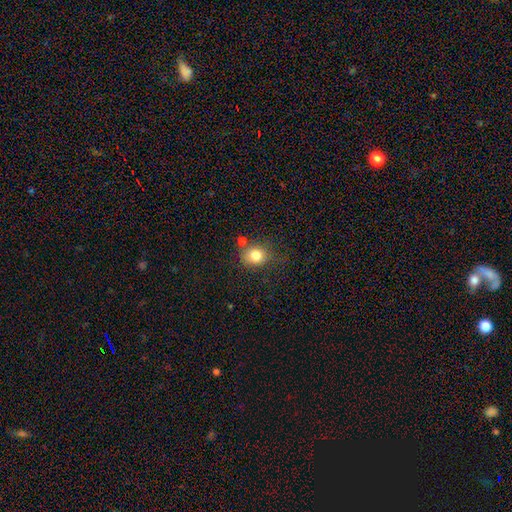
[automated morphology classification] smooth_or_featured: smooth (p=0.81) [alt: star or artifact p=0.11]
how_rounded: round (p=0.70) [alt: in between p=0.29]
merging: none (p=0.66) [alt: minor disturbance p=0.17]